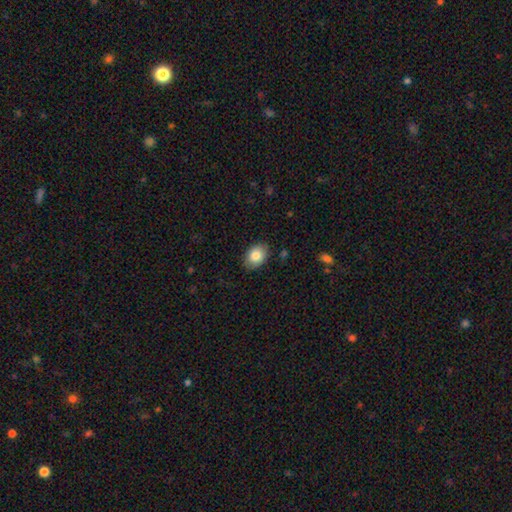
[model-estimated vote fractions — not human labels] The model was most divided on "how rounded": in between: 76%, round: 23%, cigar-shaped: 1%. More confident: merging — none (85%); smooth or featured — smooth (83%).